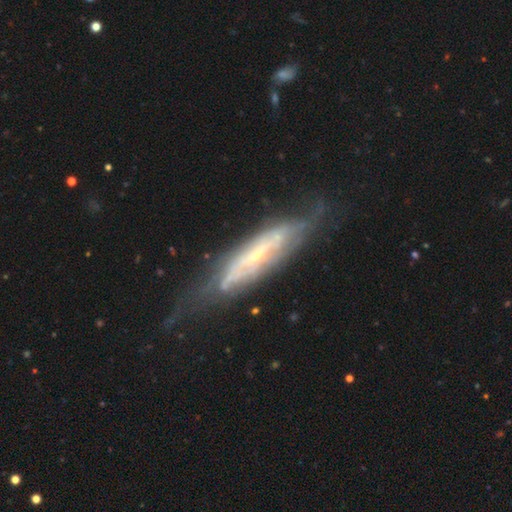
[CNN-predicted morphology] featured or disk 79%, smooth 15%, star or artifact 6%. Down the decision tree: edge-on disk — no (56%); merging — none (60%).